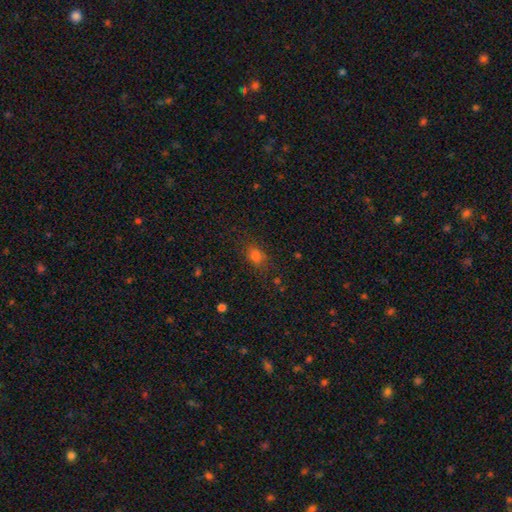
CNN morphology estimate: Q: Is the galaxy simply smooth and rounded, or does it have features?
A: smooth — 75%.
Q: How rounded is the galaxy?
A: in between — 57%.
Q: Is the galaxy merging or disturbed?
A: none — 78%.